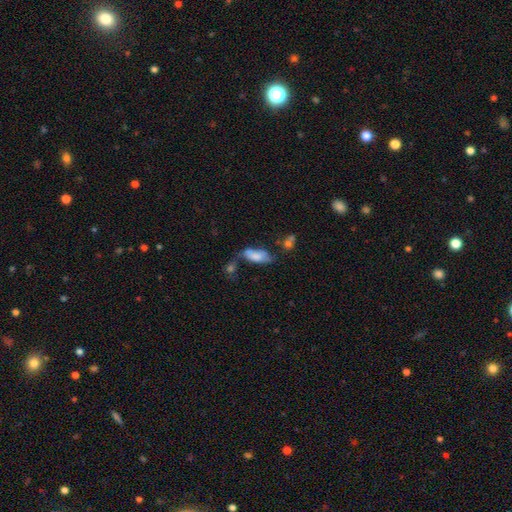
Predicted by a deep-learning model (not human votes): Overall: smooth (66%). How rounded: in between (82%). Merging: none (32%; minor disturbance 25%).